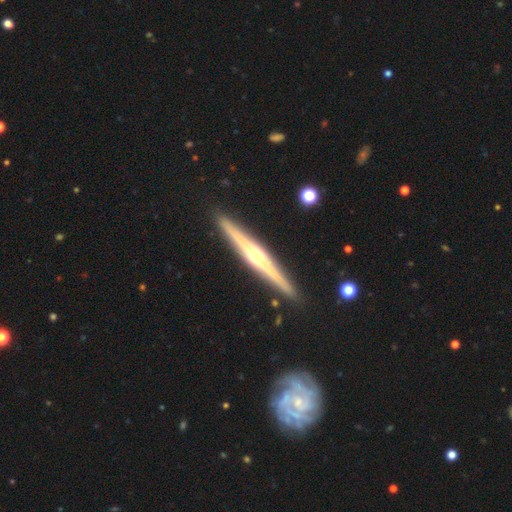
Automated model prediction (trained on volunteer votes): This appears to be a featured or disk galaxy (78%) viewed edge-on (98%) with a rounded central bulge (77%). Merging: none (91%).